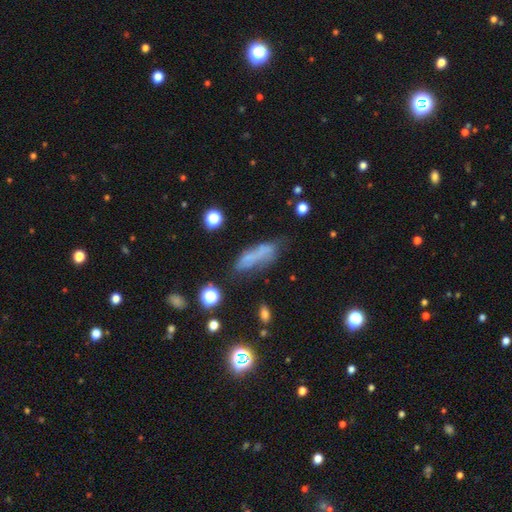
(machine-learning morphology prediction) Smooth or featured? Predicted: smooth (p=0.53). How rounded? Predicted: cigar-shaped (p=0.50). Merging? Predicted: none (p=0.48).